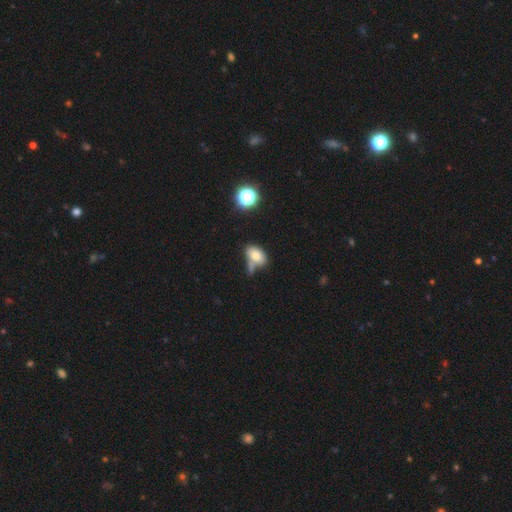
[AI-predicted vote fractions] smooth 73%, featured or disk 16%, star or artifact 11%. Down the decision tree: how rounded — in between (83%); merging — none (40%).